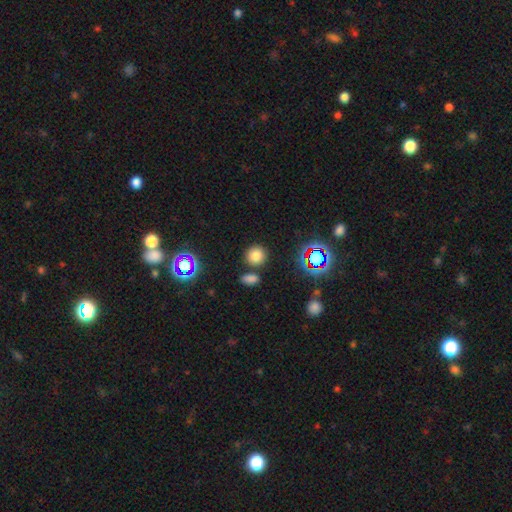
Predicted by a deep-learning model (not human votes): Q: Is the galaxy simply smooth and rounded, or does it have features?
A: smooth — 75%.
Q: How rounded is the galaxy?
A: round — 87%.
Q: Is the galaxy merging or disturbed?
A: none — 80%.